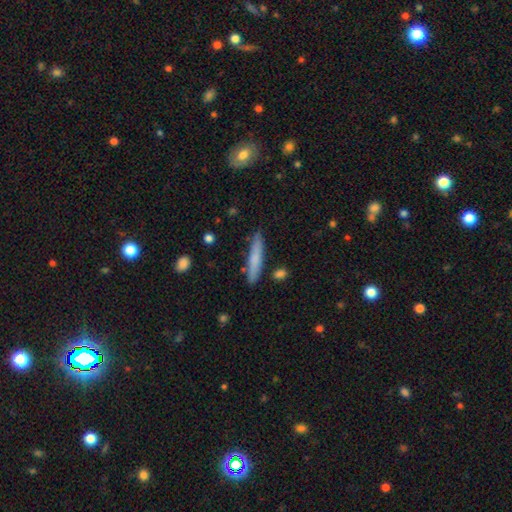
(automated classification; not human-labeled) Morphology: type=smooth (66%); roundness=cigar-shaped (93%); merging=none (87%).